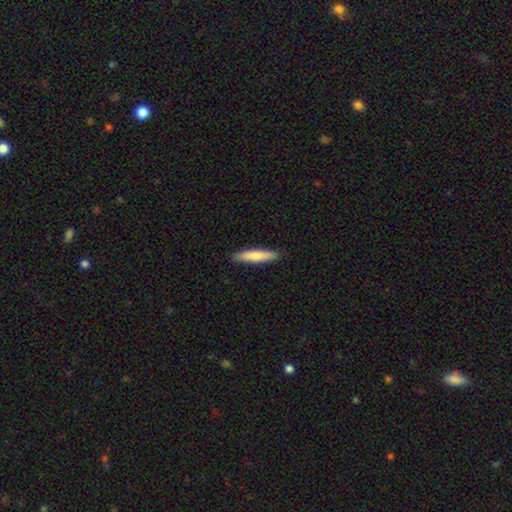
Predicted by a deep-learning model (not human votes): The model was most divided on "smooth or featured": smooth: 75%, featured or disk: 20%, star or artifact: 5%. More confident: merging — none (90%); how rounded — cigar-shaped (89%).